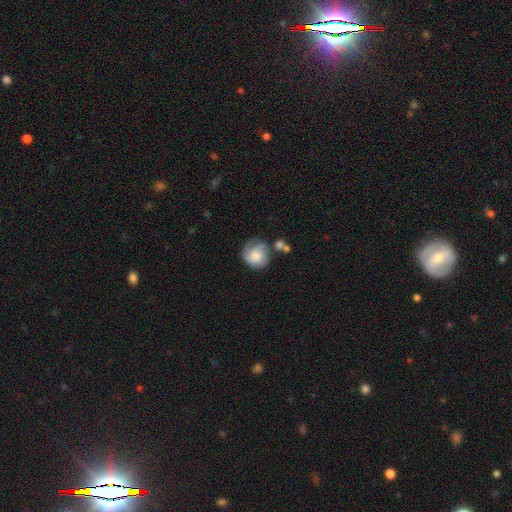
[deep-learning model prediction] Smooth or featured? Predicted: smooth (p=0.52). How rounded? Predicted: round (p=0.83). Merging? Predicted: none (p=0.52).